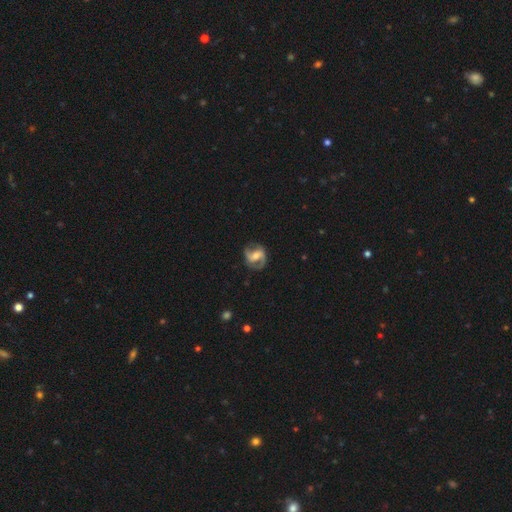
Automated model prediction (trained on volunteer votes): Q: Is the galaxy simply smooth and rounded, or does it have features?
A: featured or disk — 82%.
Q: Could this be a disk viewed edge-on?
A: no — 97%.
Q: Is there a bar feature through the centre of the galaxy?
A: weak — 44%.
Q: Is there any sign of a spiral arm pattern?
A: yes — 93%.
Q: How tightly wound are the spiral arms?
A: medium — 52%.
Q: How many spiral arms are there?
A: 2 — 89%.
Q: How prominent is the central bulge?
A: moderate — 58%.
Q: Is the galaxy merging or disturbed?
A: none — 78%.